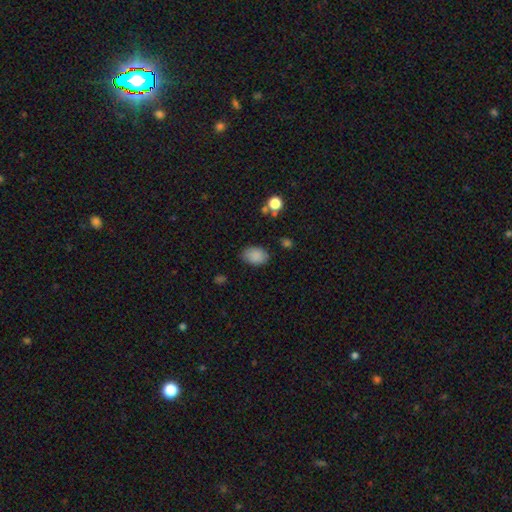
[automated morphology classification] smooth_or_featured: smooth (p=0.87) [alt: star or artifact p=0.08]
how_rounded: in between (p=0.80) [alt: round p=0.19]
merging: none (p=0.80) [alt: minor disturbance p=0.15]